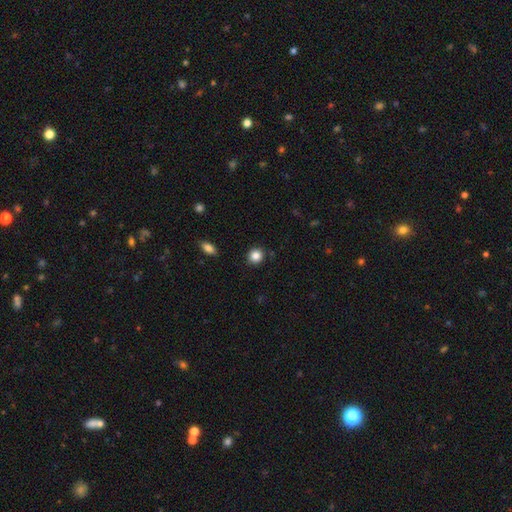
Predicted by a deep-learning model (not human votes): Smooth or featured: smooth — 85% (star or artifact — 10%)
How rounded: round — 88% (in between — 11%)
Merging: none — 89% (minor disturbance — 7%)